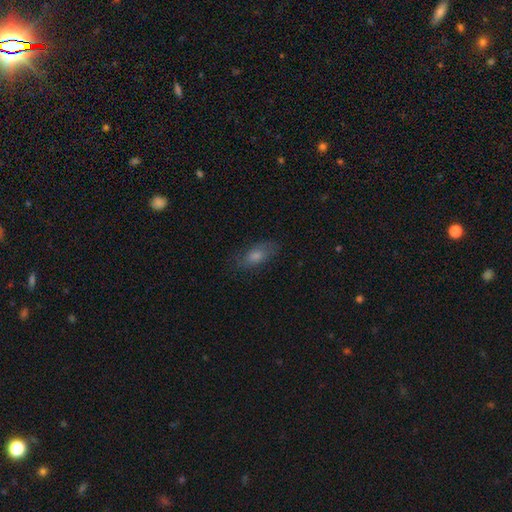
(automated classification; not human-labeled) Smooth or featured? smooth (56%)
How rounded? in between (79%)
Merging? none (79%)